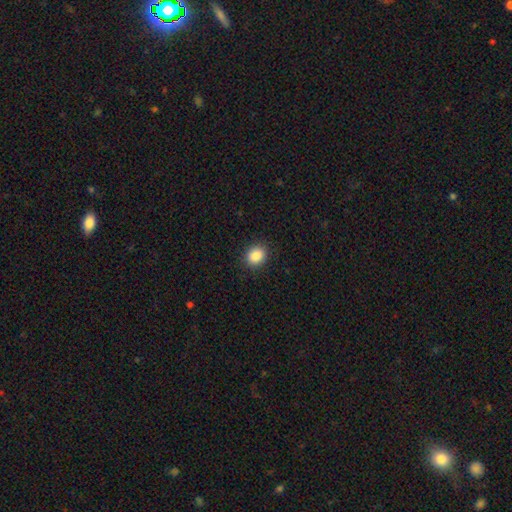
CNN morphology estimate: Smooth or featured?
  - smooth: 88% *
  - star or artifact: 9%
  - featured or disk: 3%
How rounded?
  - round: 51% *
  - in between: 47%
  - cigar-shaped: 1%
Merging?
  - none: 89% *
  - minor disturbance: 8%
  - major disturbance: 2%
  - merger: 1%